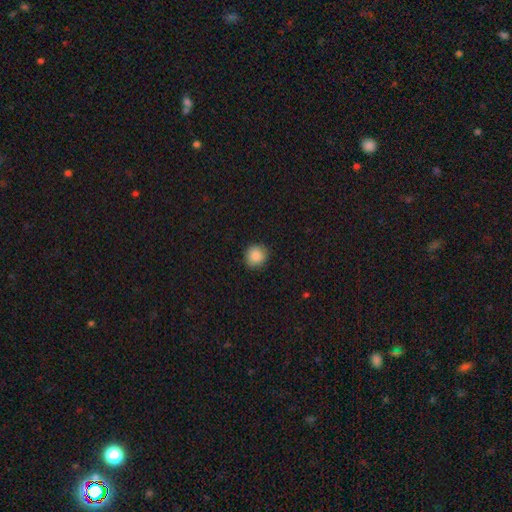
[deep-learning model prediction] This appears to be a smooth galaxy with no disk features (88%) that is round (92%). Merging: none (90%).